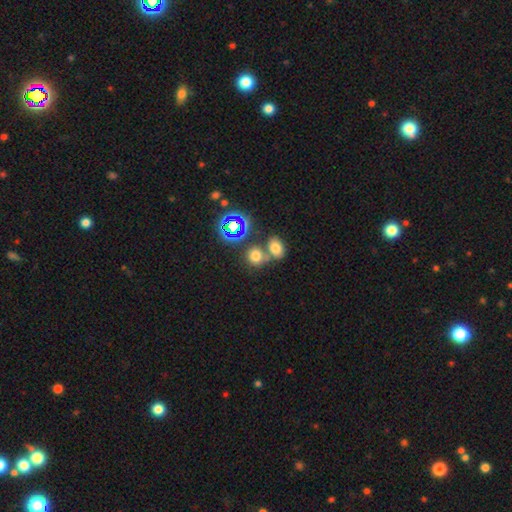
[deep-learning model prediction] A smooth galaxy with no disk features (67%) that is round (67%).

Vote fractions:
- Smooth or featured? smooth: 67% / star or artifact: 23% / featured or disk: 10%
- How rounded? round: 67% / in between: 32% / cigar-shaped: 1%
- Merging? none: 49% / merger: 38% / minor disturbance: 9% / major disturbance: 4%